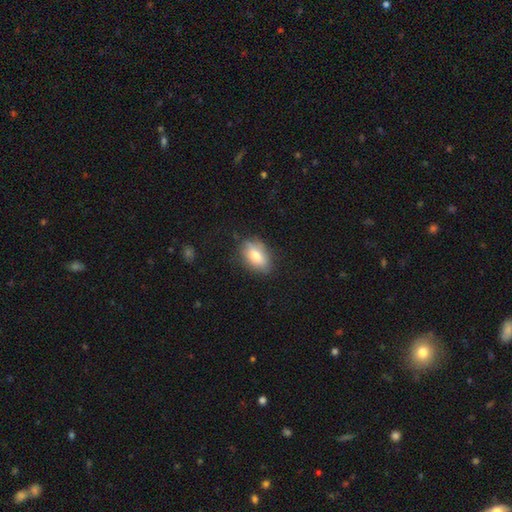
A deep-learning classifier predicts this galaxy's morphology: This is likely a smooth galaxy (74%). How rounded: clearly in between (86%). Merging: likely none (76%).